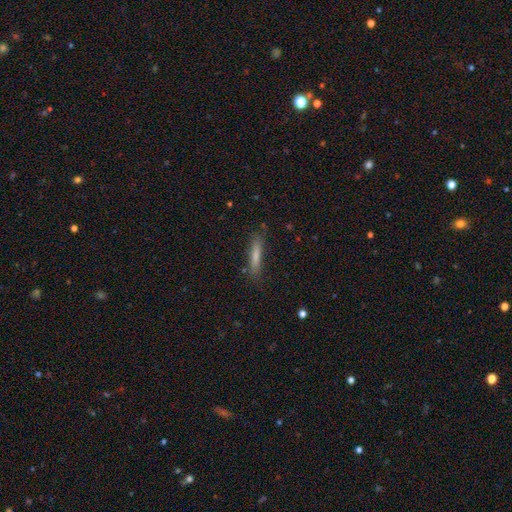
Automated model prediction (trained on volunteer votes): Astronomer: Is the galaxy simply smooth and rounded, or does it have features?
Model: smooth — 76%.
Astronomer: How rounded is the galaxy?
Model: cigar-shaped — 87%.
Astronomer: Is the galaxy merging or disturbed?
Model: none — 79%.